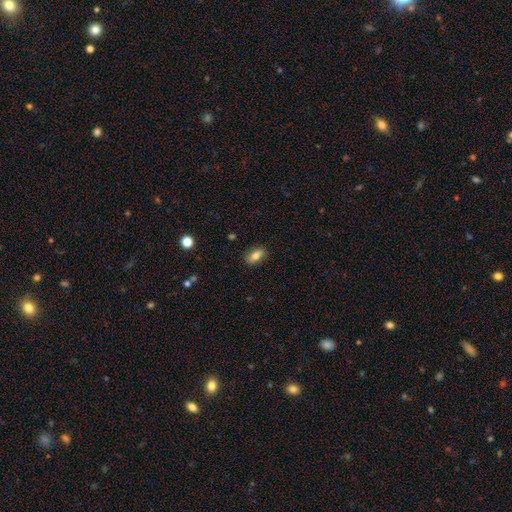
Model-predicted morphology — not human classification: A smooth galaxy with no disk features (77%) that is in between round and cigar-shaped (84%). Merging: none (86%).